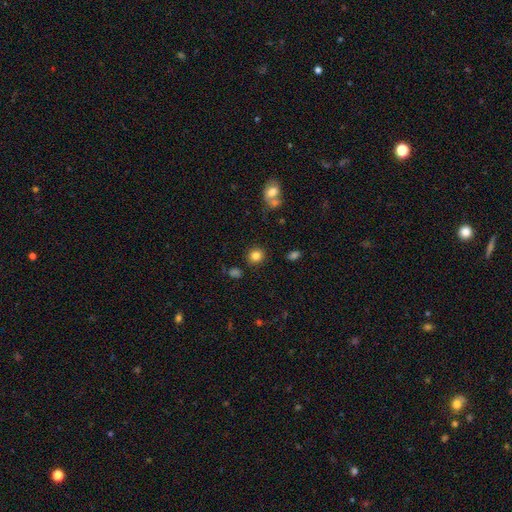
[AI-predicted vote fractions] The model was most divided on "smooth or featured": smooth: 83%, star or artifact: 11%, featured or disk: 6%. More confident: merging — none (87%); how rounded — round (86%).